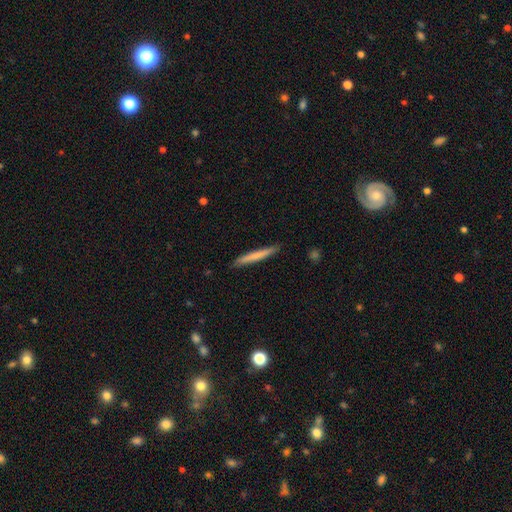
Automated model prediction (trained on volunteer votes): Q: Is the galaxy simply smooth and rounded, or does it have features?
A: smooth — 70%.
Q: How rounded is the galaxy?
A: cigar-shaped — 96%.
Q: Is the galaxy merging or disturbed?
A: none — 90%.